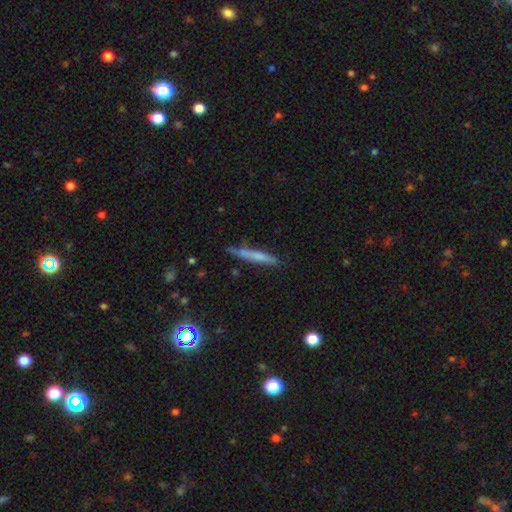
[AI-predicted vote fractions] Morphology: type=smooth (58%); roundness=cigar-shaped (94%); merging=none (79%).